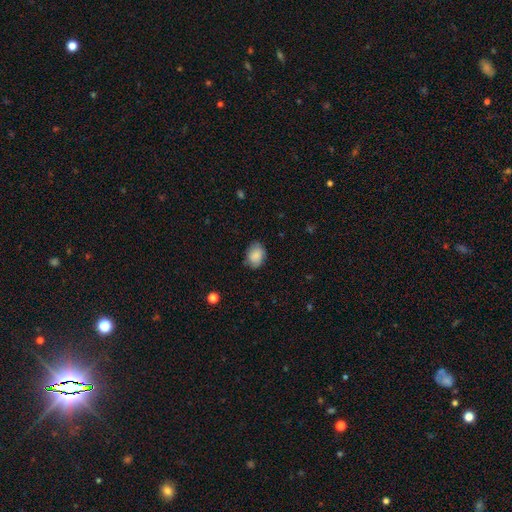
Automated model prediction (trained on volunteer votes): A smooth galaxy with no disk features (85%) that is in between round and cigar-shaped (70%).

Vote fractions:
- Smooth or featured? smooth: 85% / featured or disk: 8% / star or artifact: 7%
- How rounded? in between: 70% / round: 29% / cigar-shaped: 1%
- Merging? none: 76% / minor disturbance: 19% / major disturbance: 4% / merger: 1%